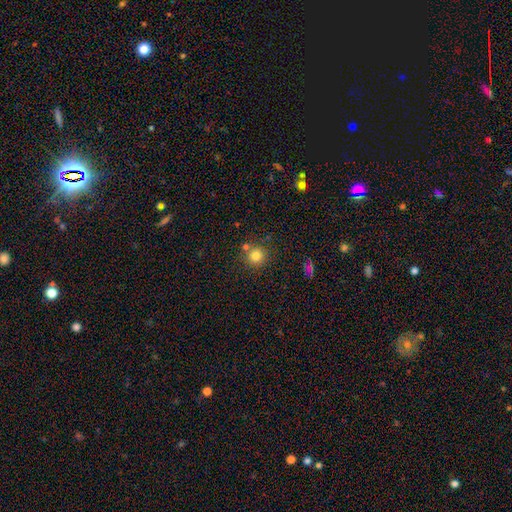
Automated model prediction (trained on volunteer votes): Morphology: type=smooth (80%); roundness=round (93%); merging=none (75%).